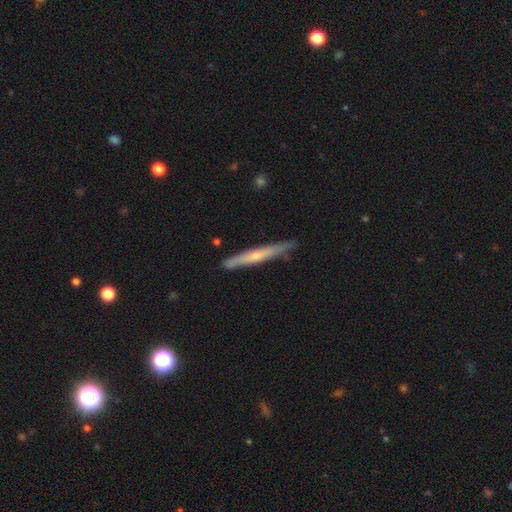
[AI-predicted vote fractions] Smooth or featured: featured or disk — 53% (smooth — 41%)
Edge-on disk: yes — 94% (no — 6%)
Merging: none — 82% (minor disturbance — 15%)